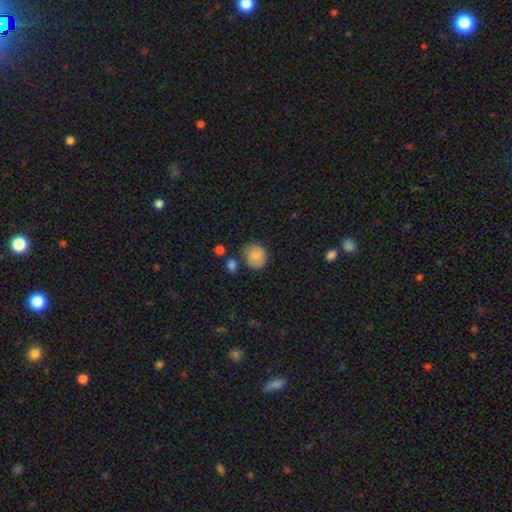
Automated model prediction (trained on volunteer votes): This is clearly a smooth galaxy (81%). How rounded: likely round (79%). Merging: likely none (70%).